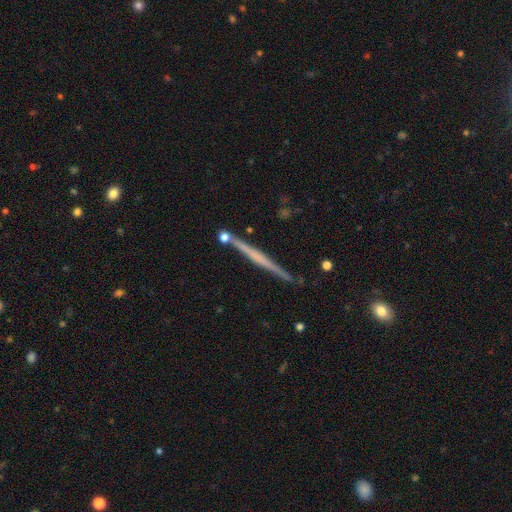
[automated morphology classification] This is likely a featured or disk galaxy (66%). It is clearly viewed edge-on (98%). Edge-on bulge: likely none (73%). Merging: clearly none (85%).